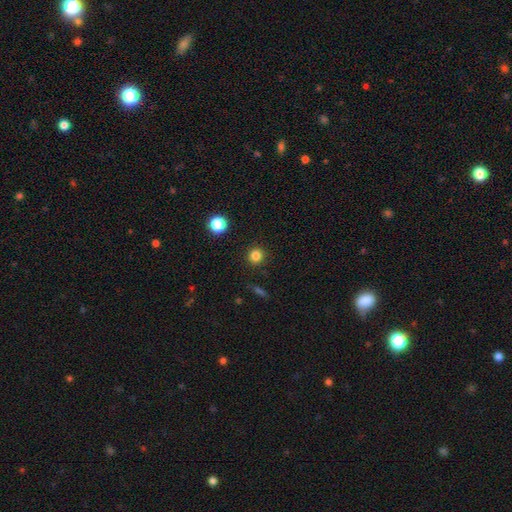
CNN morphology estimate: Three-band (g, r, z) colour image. It shows a smooth galaxy with no disk features (82%) that is round (93%). Merging: none (92%).